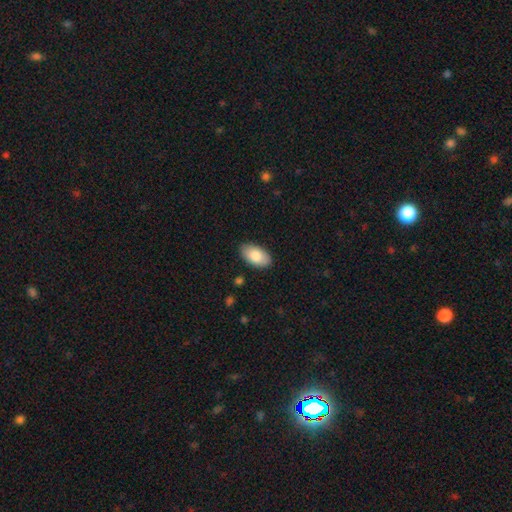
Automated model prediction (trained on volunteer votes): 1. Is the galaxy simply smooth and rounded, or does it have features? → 84% smooth, 10% featured or disk, 6% star or artifact.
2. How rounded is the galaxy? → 95% in between, 3% round, 2% cigar-shaped.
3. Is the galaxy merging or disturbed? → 87% none, 10% minor disturbance, 2% major disturbance, 1% merger.